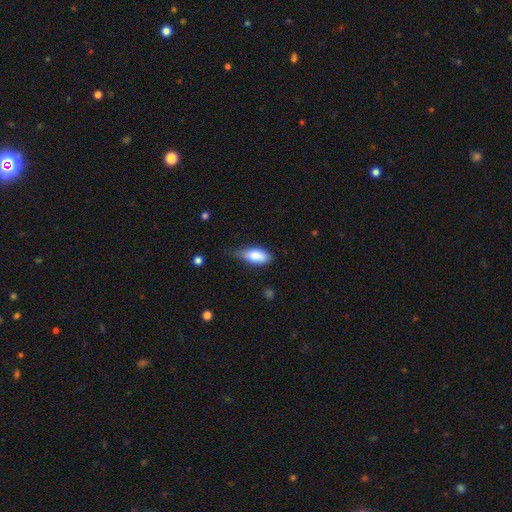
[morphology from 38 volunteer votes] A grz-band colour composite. It shows a smooth galaxy with no disk features (87%) that is in between round and cigar-shaped (97%). Merging: minor disturbance (44%).